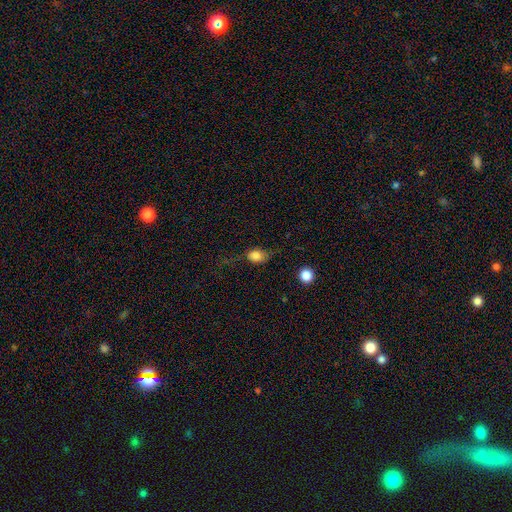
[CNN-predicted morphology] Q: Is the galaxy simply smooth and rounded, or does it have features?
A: smooth — 77%.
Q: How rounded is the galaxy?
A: in between — 61%.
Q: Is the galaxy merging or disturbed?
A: none — 49%.